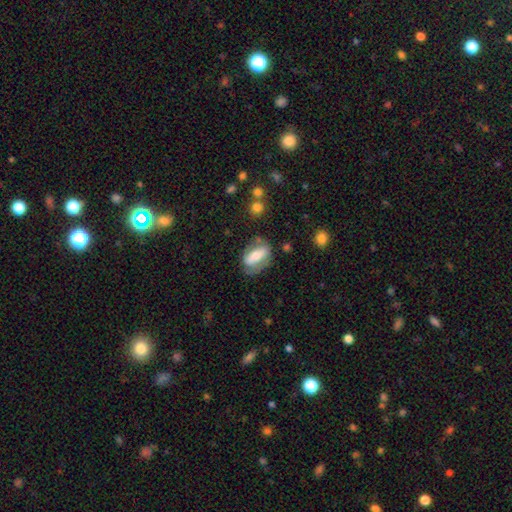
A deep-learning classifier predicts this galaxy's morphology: Smooth or featured: smooth — 48% (featured or disk — 46%)
Merging: none — 63% (minor disturbance — 21%)